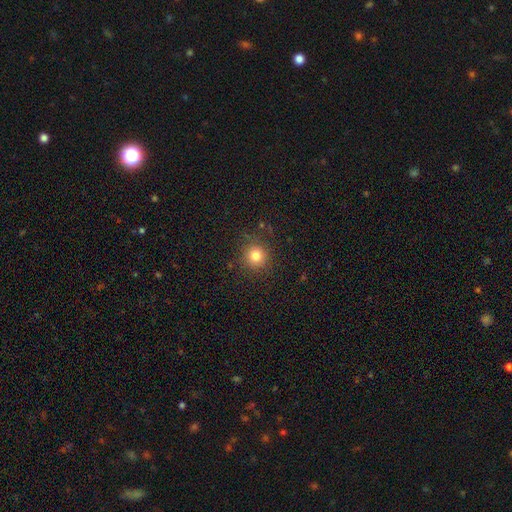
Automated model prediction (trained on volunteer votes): smooth_or_featured: smooth (p=0.80) [alt: star or artifact p=0.14]
how_rounded: round (p=0.93) [alt: in between p=0.06]
merging: none (p=0.87) [alt: minor disturbance p=0.08]